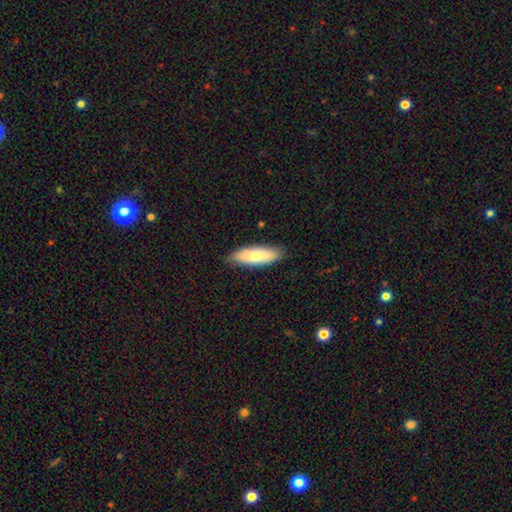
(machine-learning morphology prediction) smooth 72%, featured or disk 23%, star or artifact 5%. Down the decision tree: how rounded — in between (59%); merging — none (85%).